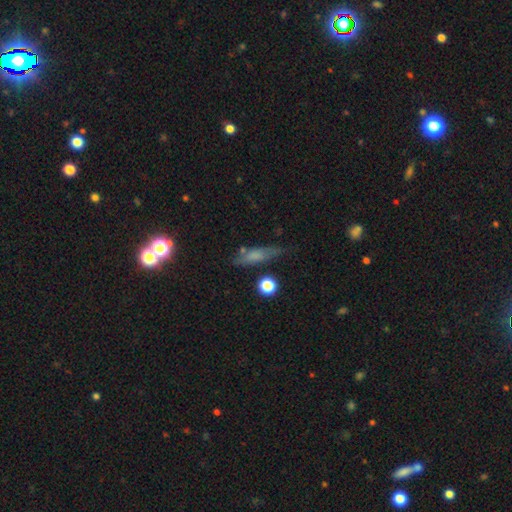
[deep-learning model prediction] The model was most divided on "how rounded": cigar-shaped: 61%, in between: 33%, round: 6%. More confident: merging — none (67%); smooth or featured — smooth (62%).